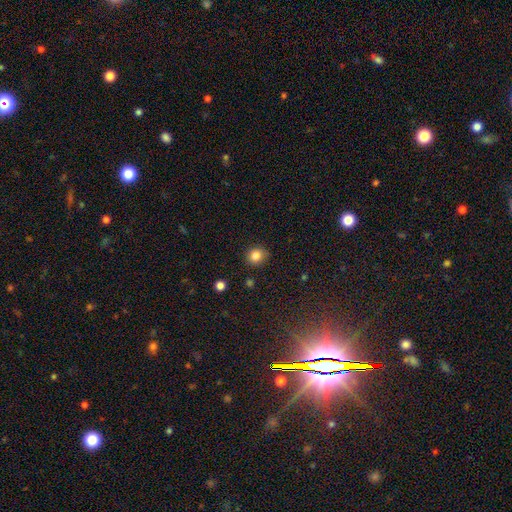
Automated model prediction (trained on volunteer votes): A smooth galaxy with no disk features (83%) that is round (84%). Merging: none (89%).